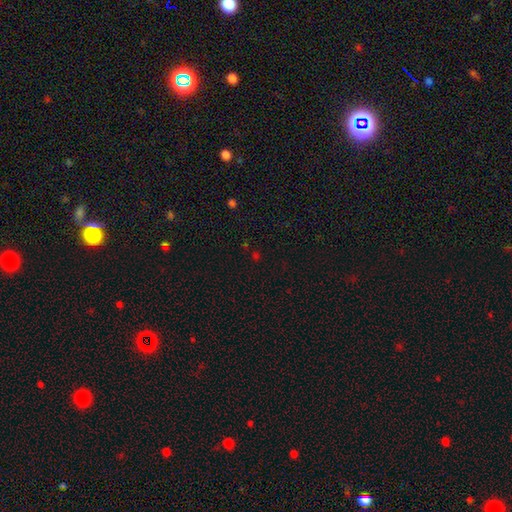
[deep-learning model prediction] A star or artifact, not a galaxy (55%).

Vote fractions:
- Smooth or featured? star or artifact: 55% / smooth: 38% / featured or disk: 7%